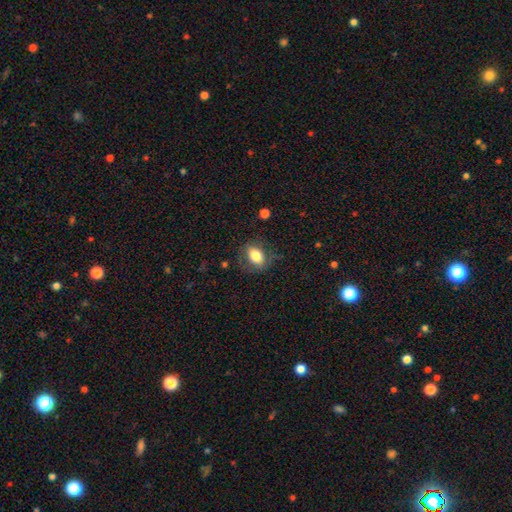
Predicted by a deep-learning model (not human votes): smooth_or_featured: smooth (p=0.74) [alt: featured or disk p=0.17]
how_rounded: in between (p=0.75) [alt: round p=0.23]
merging: none (p=0.69) [alt: minor disturbance p=0.19]